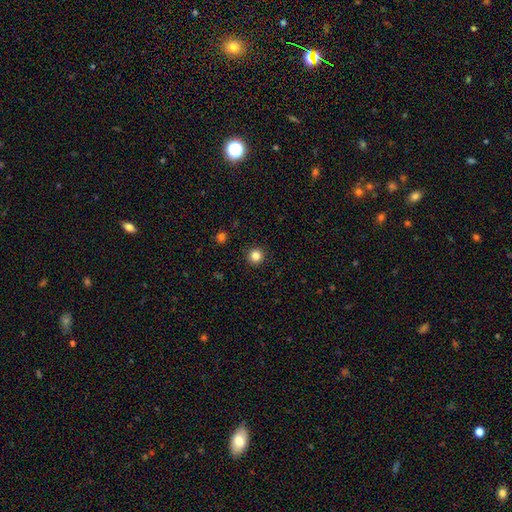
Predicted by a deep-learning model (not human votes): smooth 83%, star or artifact 12%, featured or disk 4%. Down the decision tree: how rounded — round (96%); merging — none (93%).